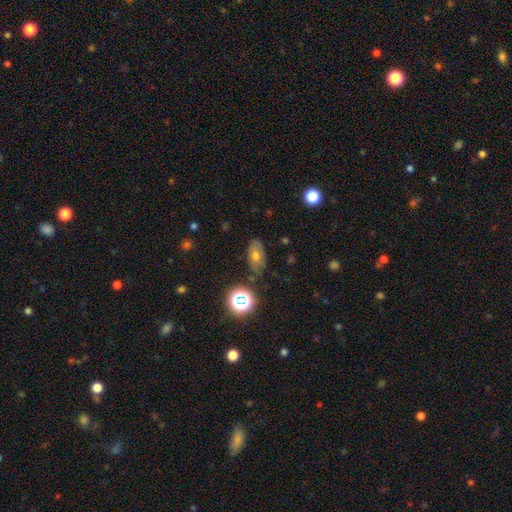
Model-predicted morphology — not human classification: Overall: smooth (61%). How rounded: in between (85%). Merging: none (77%).